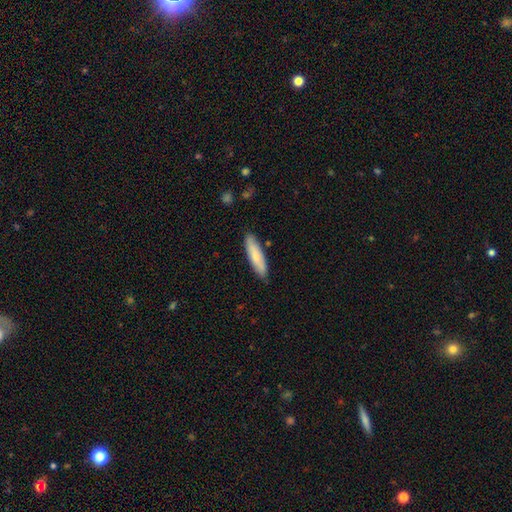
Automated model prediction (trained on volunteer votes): Smooth or featured: smooth — 77% (featured or disk — 18%)
How rounded: cigar-shaped — 71% (in between — 28%)
Merging: none — 86% (minor disturbance — 11%)